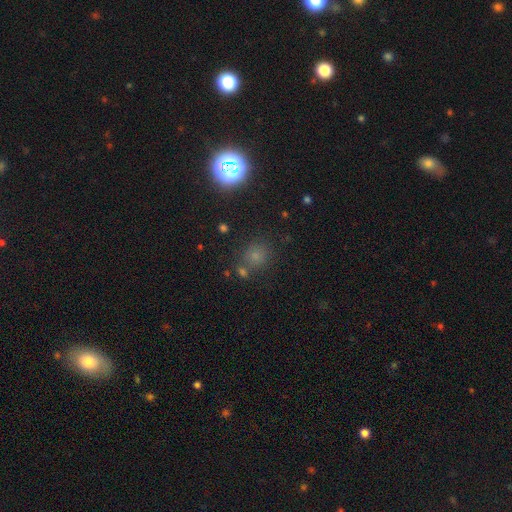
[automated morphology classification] Q: Smooth or featured?
A: smooth (63%); runner-up: star or artifact (29%)
Q: How rounded?
A: round (86%); runner-up: in between (13%)
Q: Merging?
A: none (71%); runner-up: merger (14%)